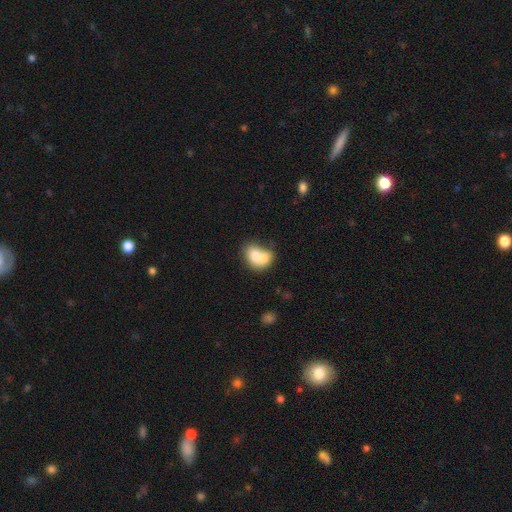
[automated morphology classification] smooth_or_featured: smooth (p=0.71) [alt: featured or disk p=0.21]
how_rounded: in between (p=0.59) [alt: round p=0.40]
merging: merger (p=0.67) [alt: none p=0.20]